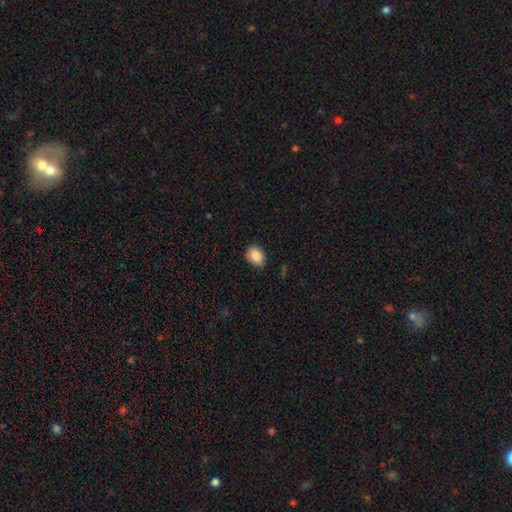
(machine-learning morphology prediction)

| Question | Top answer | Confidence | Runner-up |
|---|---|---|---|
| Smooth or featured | smooth | 86% | star or artifact (8%) |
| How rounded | in between | 60% | round (39%) |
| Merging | none | 77% | minor disturbance (19%) |